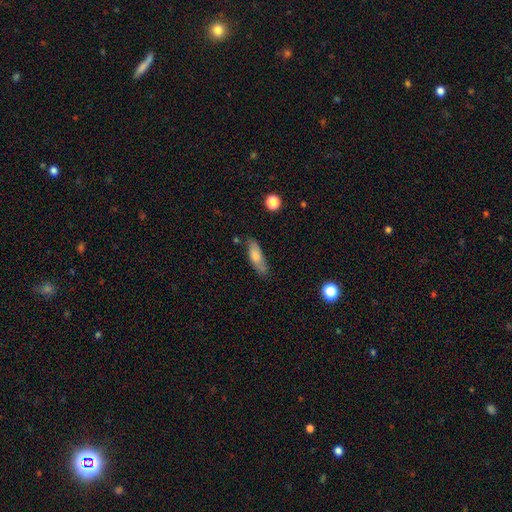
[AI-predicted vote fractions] Smooth or featured? smooth (72%)
How rounded? in between (54%)
Merging? none (70%)